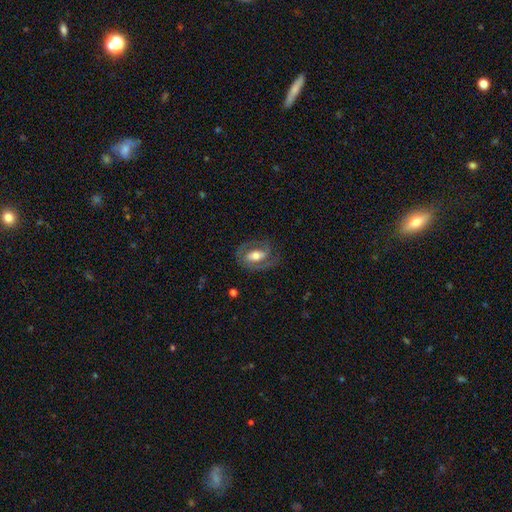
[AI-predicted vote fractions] The model was most divided on "bar": weak: 35%, no: 33%, strong: 31%. More confident: edge-on disk — no (93%); spiral arms — yes (77%); merging — none (69%); smooth or featured — featured or disk (67%); bulge size — moderate (61%).